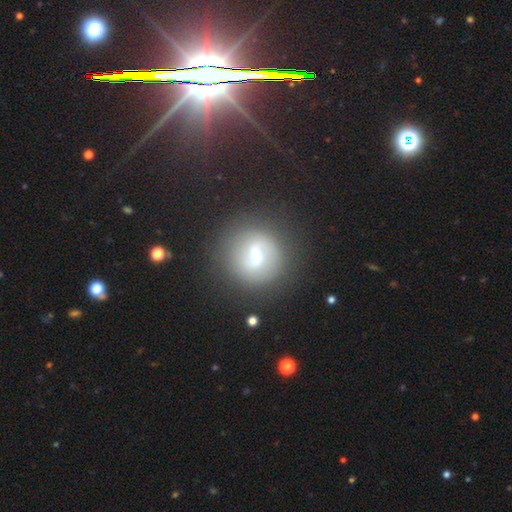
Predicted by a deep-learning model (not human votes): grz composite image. It shows a featured or disk galaxy (51%). Merging: none (86%).